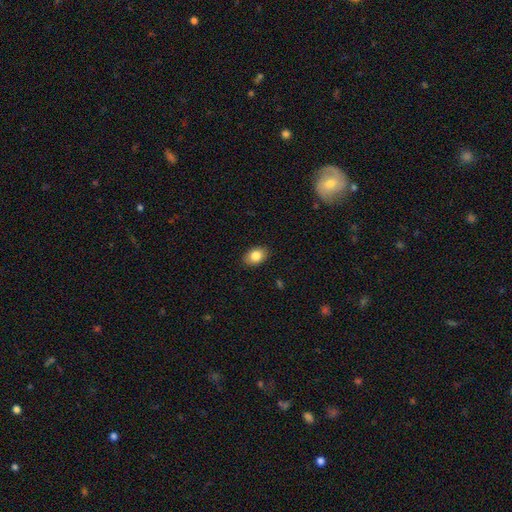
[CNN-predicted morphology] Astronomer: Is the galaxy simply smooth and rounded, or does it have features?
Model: smooth — 84%.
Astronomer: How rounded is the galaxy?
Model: in between — 81%.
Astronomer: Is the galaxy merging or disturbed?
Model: none — 88%.